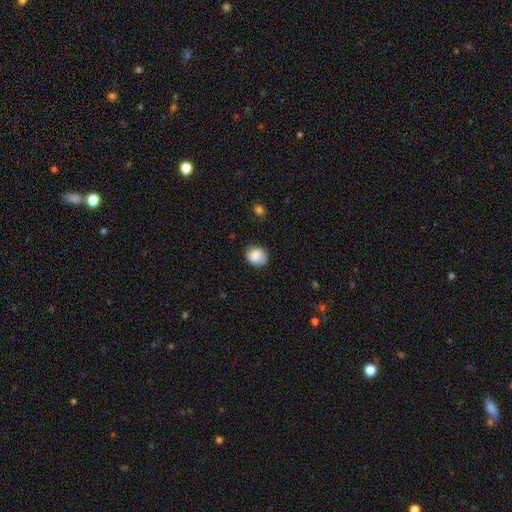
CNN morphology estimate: Overall: smooth (76%). How rounded: round (70%). Merging: none (72%).